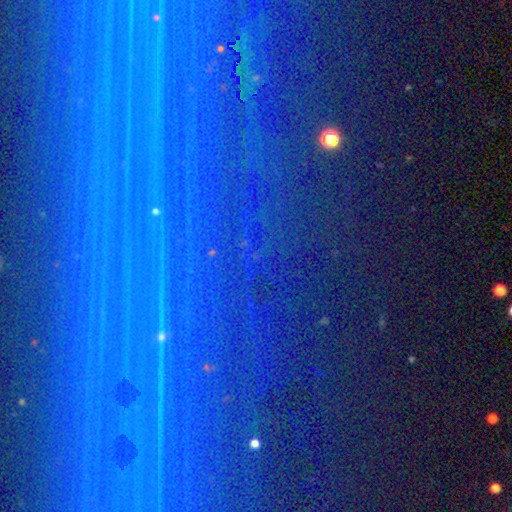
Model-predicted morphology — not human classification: smooth_or_featured: star or artifact (p=0.83) [alt: featured or disk p=0.09]